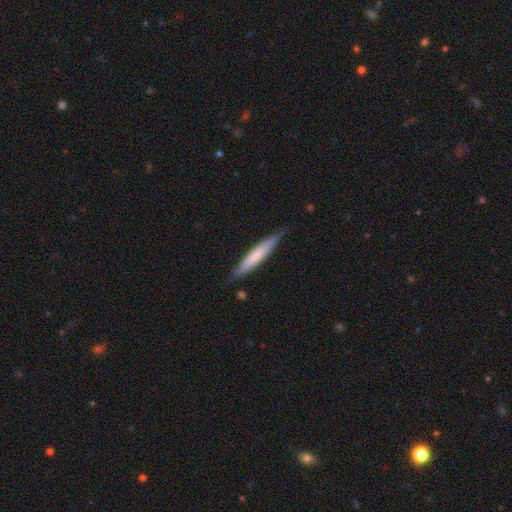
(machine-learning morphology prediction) Smooth or featured: smooth — 64% (featured or disk — 31%)
How rounded: cigar-shaped — 93% (in between — 6%)
Merging: none — 83% (minor disturbance — 14%)